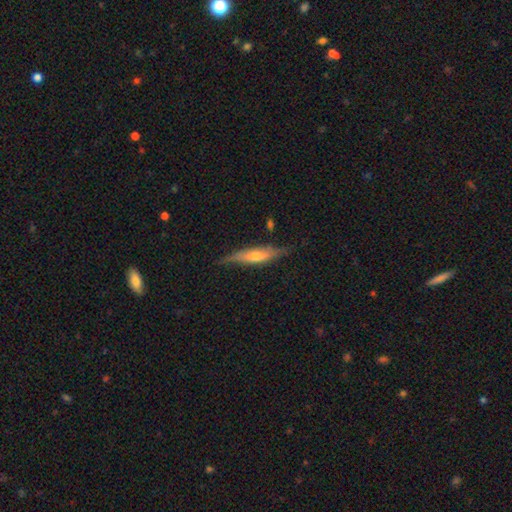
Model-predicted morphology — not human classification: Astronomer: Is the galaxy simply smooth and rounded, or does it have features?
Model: featured or disk — 52% (runner-up: smooth, 42%).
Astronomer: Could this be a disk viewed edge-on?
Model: yes — 82%.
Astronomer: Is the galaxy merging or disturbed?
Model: none — 67%.